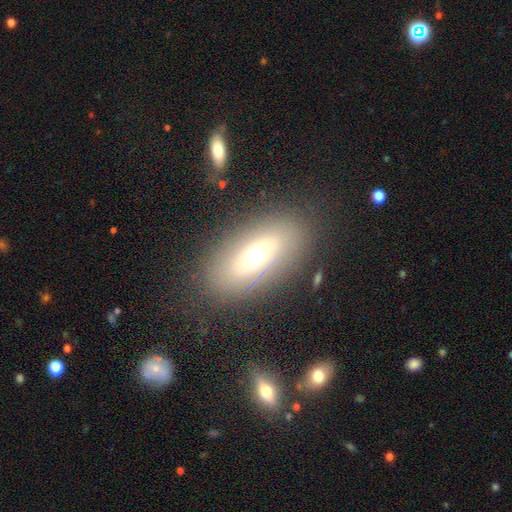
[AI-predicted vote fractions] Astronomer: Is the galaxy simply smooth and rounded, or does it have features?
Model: smooth — 50% (runner-up: featured or disk, 40%).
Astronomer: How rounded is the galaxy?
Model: in between — 87%.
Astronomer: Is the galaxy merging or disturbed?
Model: none — 82%.